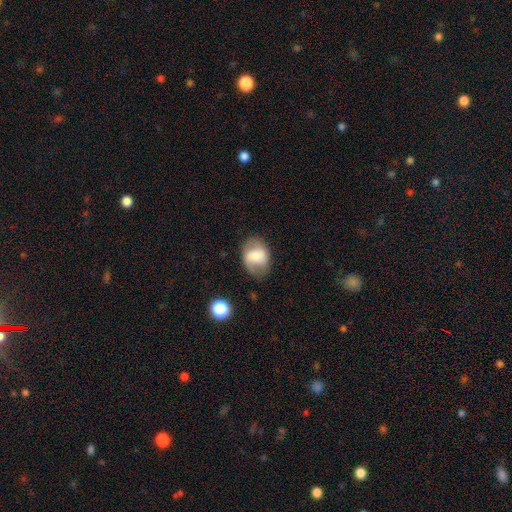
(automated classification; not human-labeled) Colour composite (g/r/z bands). It shows a smooth galaxy with no disk features (49%). Merging: none (70%).